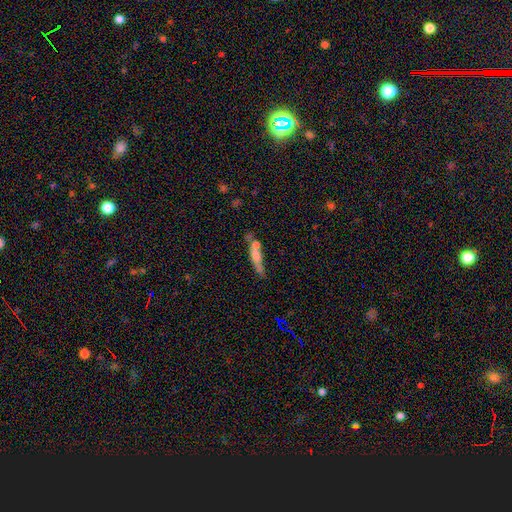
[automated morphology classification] Smooth or featured: smooth — 50% (featured or disk — 38%)
How rounded: cigar-shaped — 75% (in between — 20%)
Merging: none — 46% (merger — 27%)